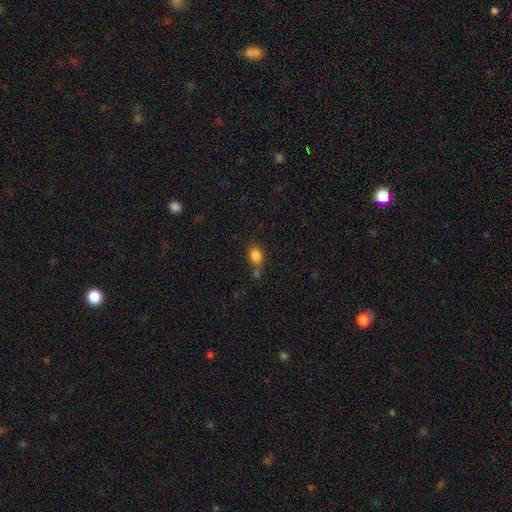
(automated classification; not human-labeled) Q: Smooth or featured?
A: smooth (84%); runner-up: star or artifact (10%)
Q: How rounded?
A: in between (67%); runner-up: round (32%)
Q: Merging?
A: none (53%); runner-up: merger (26%)